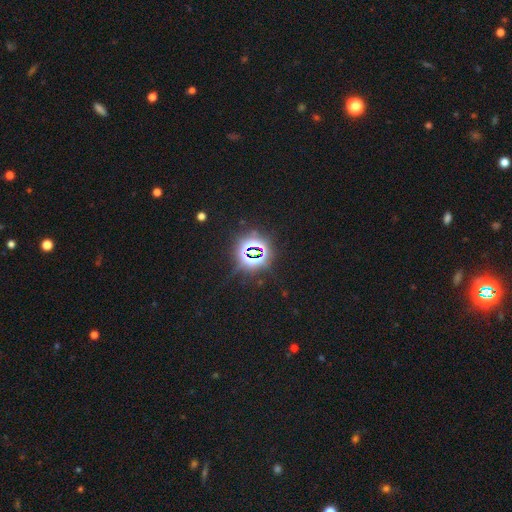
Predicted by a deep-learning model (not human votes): Overall: star or artifact (82%).